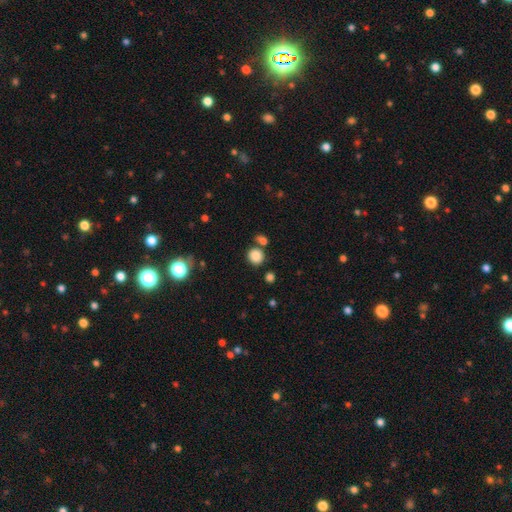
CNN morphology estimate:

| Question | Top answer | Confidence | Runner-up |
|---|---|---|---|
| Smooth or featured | smooth | 84% | star or artifact (11%) |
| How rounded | round | 83% | in between (16%) |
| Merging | none | 73% | merger (14%) |